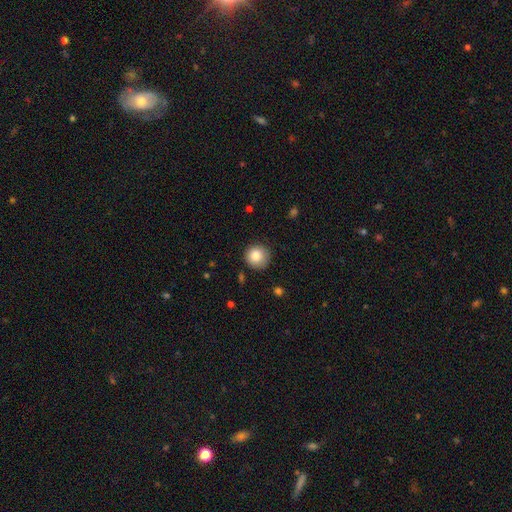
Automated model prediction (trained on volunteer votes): Smooth or featured?
  - smooth: 84% *
  - star or artifact: 9%
  - featured or disk: 7%
How rounded?
  - round: 94% *
  - in between: 5%
  - cigar-shaped: 1%
Merging?
  - none: 86% *
  - minor disturbance: 10%
  - major disturbance: 2%
  - merger: 1%